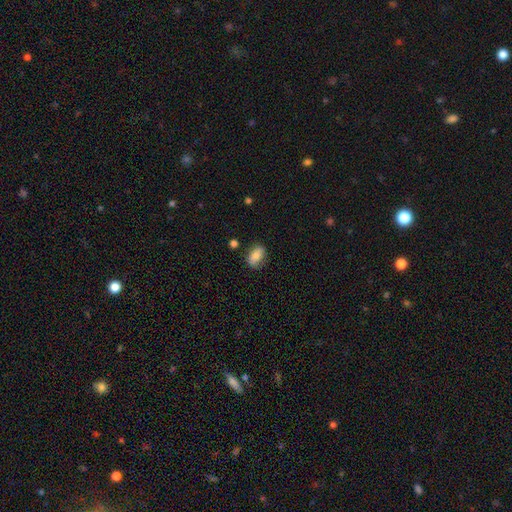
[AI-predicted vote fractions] A smooth galaxy with no disk features (77%) that is in between round and cigar-shaped (85%). Merging: none (79%).